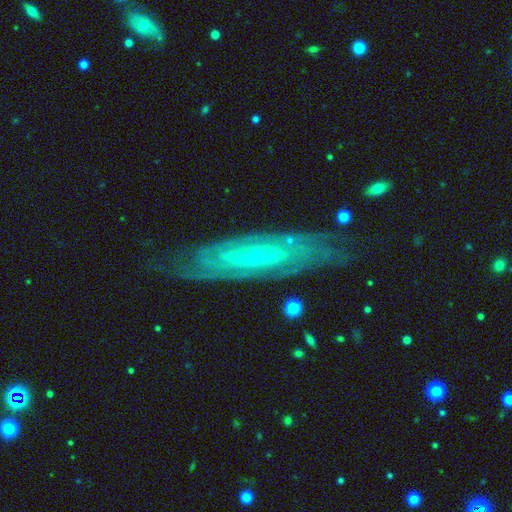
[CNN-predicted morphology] The model was most divided on "spiral arm count": can't tell: 45%, 2: 27%, 3: 10%, 4: 8%, more than 4: 6%, 1: 5%. More confident: spiral arms — yes (92%); bulge size — small (84%); smooth or featured — featured or disk (84%); edge-on disk — no (80%); merging — none (76%); spiral winding — tight (68%); bar — no (55%).